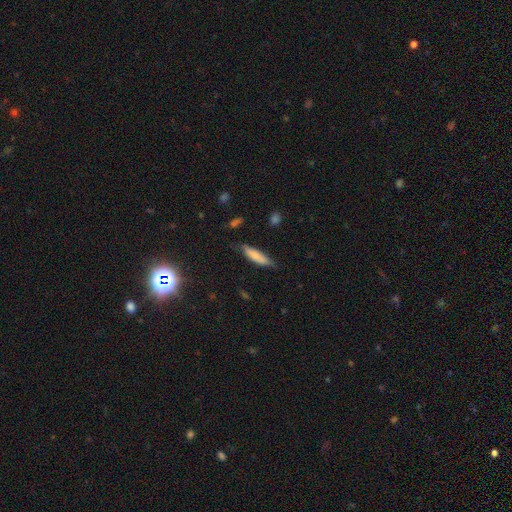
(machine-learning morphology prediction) Overall: smooth (73%). How rounded: cigar-shaped (69%). Merging: none (72%).